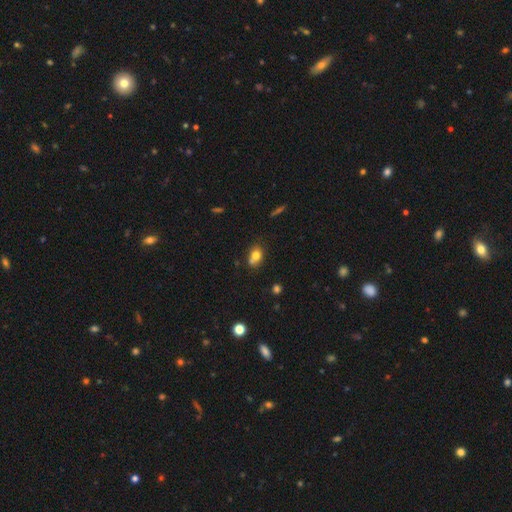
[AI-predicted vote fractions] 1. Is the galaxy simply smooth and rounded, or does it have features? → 74% smooth, 14% featured or disk, 12% star or artifact.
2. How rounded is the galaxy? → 49% round (tied), 49% in between (tied), 1% cigar-shaped.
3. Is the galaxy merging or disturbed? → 48% none, 33% merger, 15% minor disturbance, 4% major disturbance.